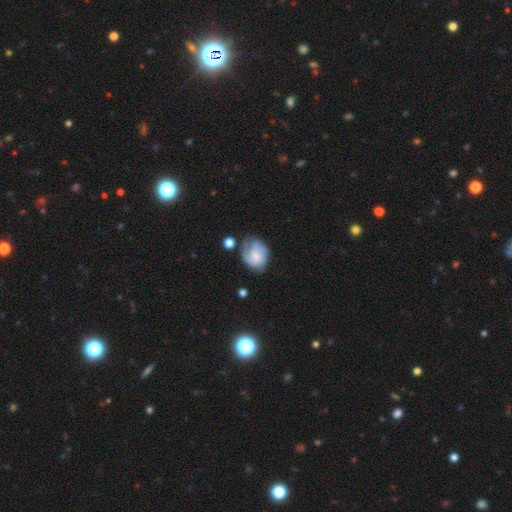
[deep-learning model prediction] Smooth or featured: featured or disk — 50% (smooth — 42%)
Edge-on disk: no — 97% (yes — 3%)
Merging: none — 49% (minor disturbance — 29%)